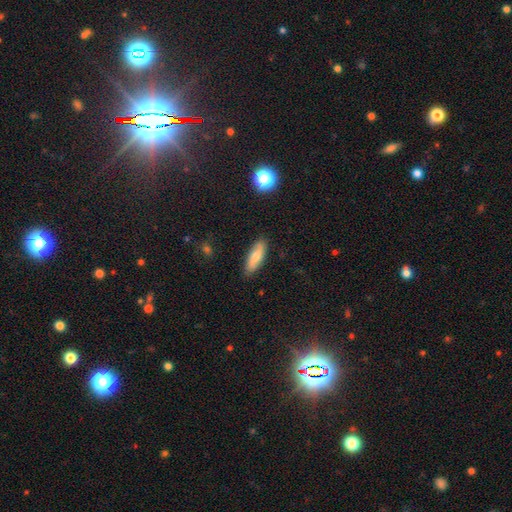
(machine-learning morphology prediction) The model was most divided on "how rounded": in between: 55%, cigar-shaped: 42%, round: 3%. More confident: merging — none (86%); smooth or featured — smooth (66%).